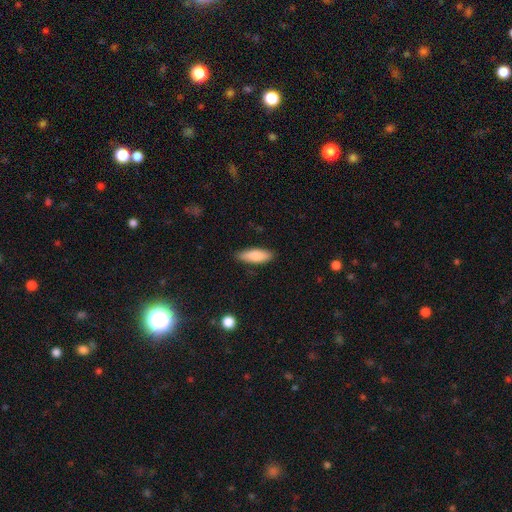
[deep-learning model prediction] Smooth or featured? Predicted: smooth (p=0.84). How rounded? Predicted: in between (p=0.63). Merging? Predicted: none (p=0.86).